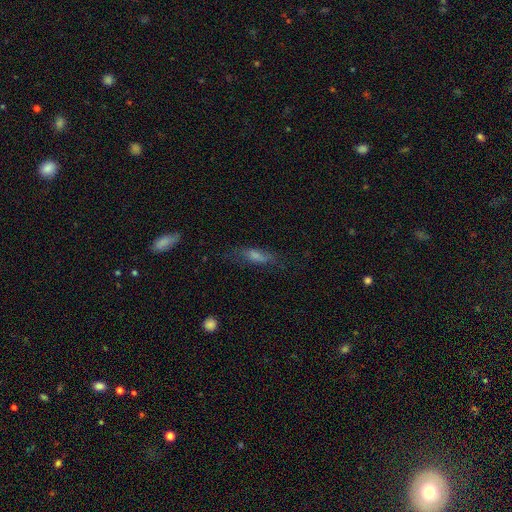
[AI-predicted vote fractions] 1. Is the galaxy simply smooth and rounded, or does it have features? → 50% smooth, 35% featured or disk, 15% star or artifact.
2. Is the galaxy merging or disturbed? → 66% none, 21% minor disturbance, 11% major disturbance, 2% merger.